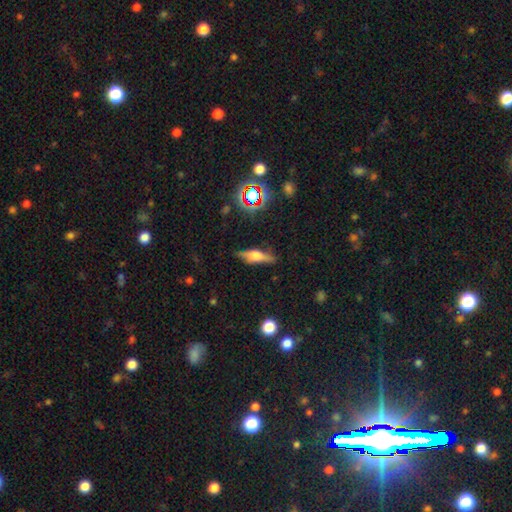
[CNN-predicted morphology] Smooth or featured?
  - featured or disk: 47% *
  - smooth: 42%
  - star or artifact: 11%
Merging?
  - none: 81% *
  - minor disturbance: 14%
  - major disturbance: 3%
  - merger: 2%